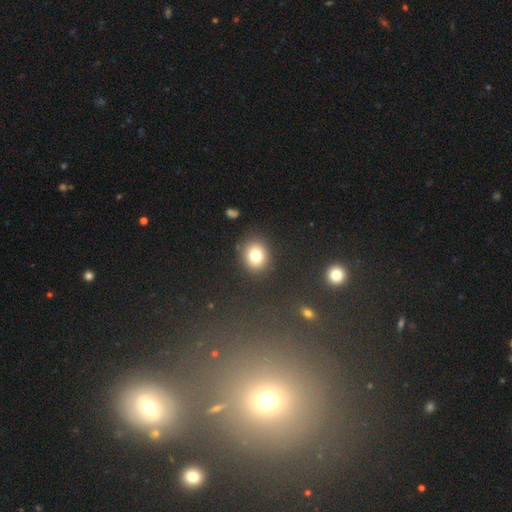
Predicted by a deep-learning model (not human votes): smooth 79%, star or artifact 12%, featured or disk 9%. Down the decision tree: how rounded — round (74%); merging — none (86%).